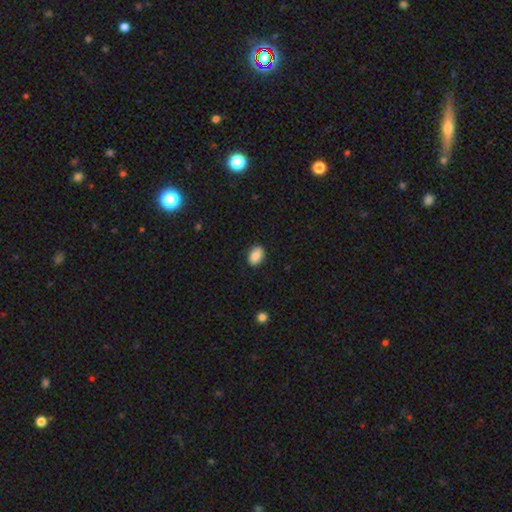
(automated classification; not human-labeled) Smooth or featured?
  - smooth: 87% *
  - star or artifact: 7%
  - featured or disk: 6%
How rounded?
  - in between: 82% *
  - round: 17%
  - cigar-shaped: 1%
Merging?
  - none: 87% *
  - minor disturbance: 10%
  - major disturbance: 2%
  - merger: 1%